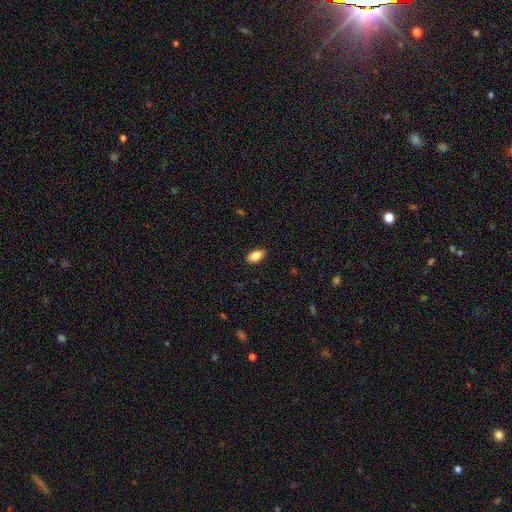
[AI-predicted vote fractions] This appears to be a smooth galaxy with no disk features (83%) that is in between round and cigar-shaped (91%). Merging: none (87%).